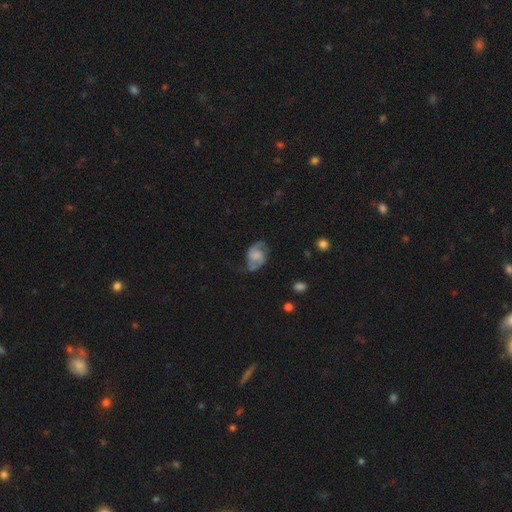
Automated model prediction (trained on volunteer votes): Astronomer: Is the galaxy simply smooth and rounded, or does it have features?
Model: featured or disk — 76%.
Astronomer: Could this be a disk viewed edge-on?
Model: no — 98%.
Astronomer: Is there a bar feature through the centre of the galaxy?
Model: no — 49% (runner-up: weak, 41%).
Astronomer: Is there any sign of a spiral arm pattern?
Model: yes — 93%.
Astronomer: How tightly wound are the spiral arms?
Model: medium — 50% (runner-up: loose, 29%).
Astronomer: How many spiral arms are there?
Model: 2 — 89%.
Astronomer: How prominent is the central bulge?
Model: none — 41% (runner-up: small, 23%).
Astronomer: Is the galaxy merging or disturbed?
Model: none — 61%.